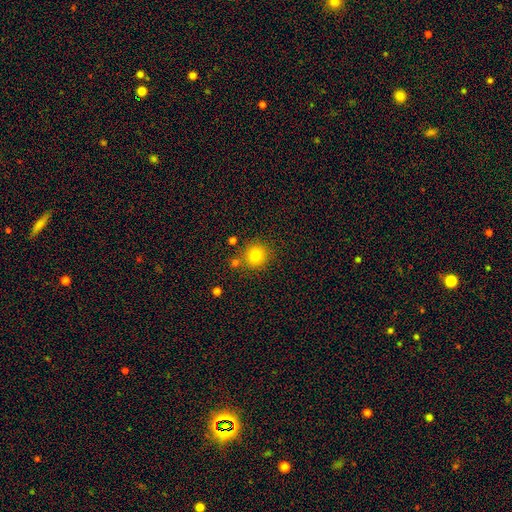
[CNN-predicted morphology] Smooth or featured: smooth — 81% (star or artifact — 13%)
How rounded: round — 93% (in between — 6%)
Merging: none — 80% (merger — 9%)